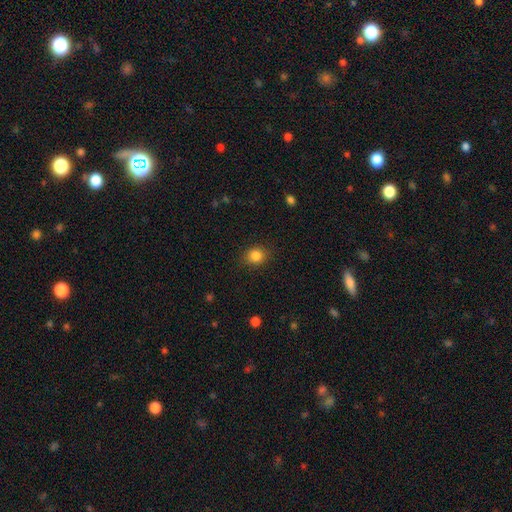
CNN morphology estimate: This appears to be a smooth galaxy with no disk features (85%) that is round (69%). Merging: none (86%).